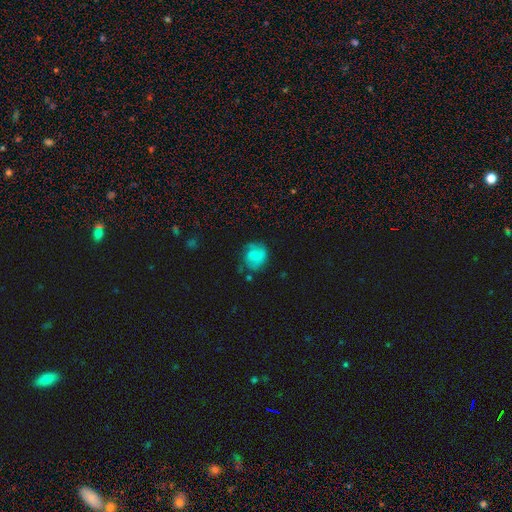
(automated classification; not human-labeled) smooth_or_featured: smooth (p=0.57) [alt: featured or disk p=0.34]
how_rounded: round (p=0.76) [alt: in between p=0.23]
merging: none (p=0.60) [alt: minor disturbance p=0.26]